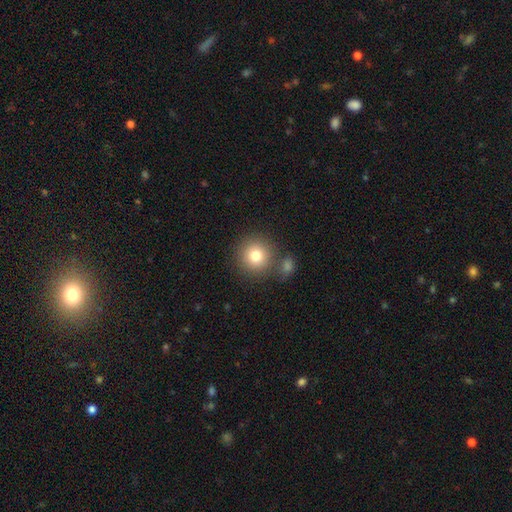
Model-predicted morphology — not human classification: Smooth or featured: smooth — 79% (star or artifact — 11%)
How rounded: round — 93% (in between — 6%)
Merging: none — 75% (merger — 13%)